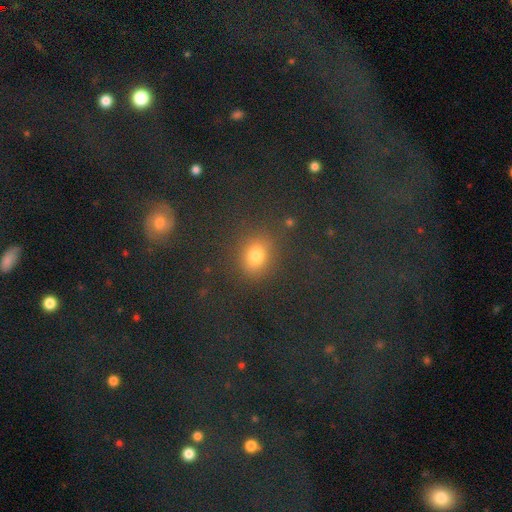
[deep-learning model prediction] Smooth or featured? Predicted: smooth (p=0.72). How rounded? Predicted: round (p=0.61). Merging? Predicted: none (p=0.79).